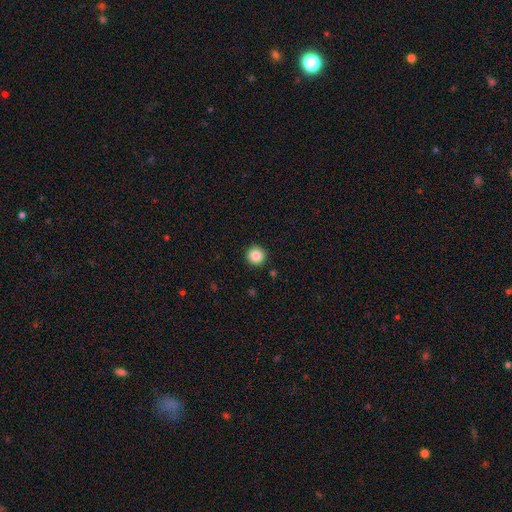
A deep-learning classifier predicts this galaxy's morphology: A smooth galaxy with no disk features (87%) that is round (96%).

Vote fractions:
- Smooth or featured? smooth: 87% / star or artifact: 9% / featured or disk: 4%
- How rounded? round: 96% / in between: 3% / cigar-shaped: 1%
- Merging? none: 93% / minor disturbance: 5% / major disturbance: 2% / merger: 1%